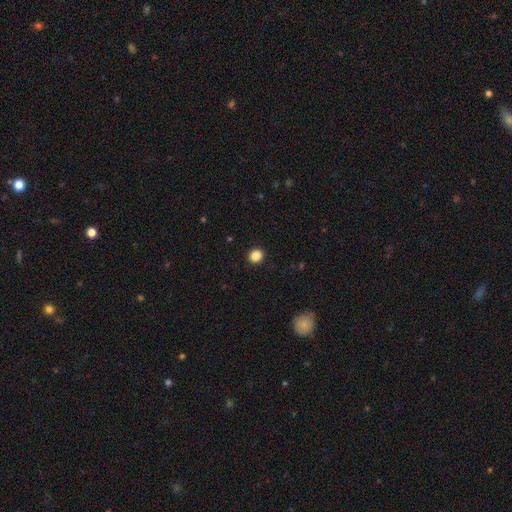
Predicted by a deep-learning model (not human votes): smooth_or_featured: smooth (p=0.86) [alt: star or artifact p=0.11]
how_rounded: round (p=0.85) [alt: in between p=0.14]
merging: none (p=0.92) [alt: minor disturbance p=0.05]